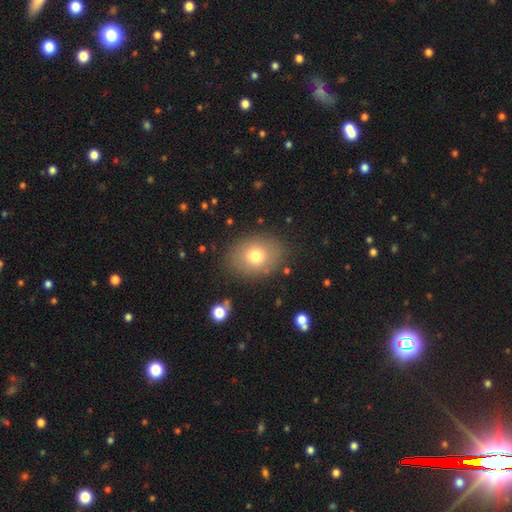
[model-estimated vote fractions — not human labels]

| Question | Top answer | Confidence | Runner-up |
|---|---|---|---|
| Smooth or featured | smooth | 75% | featured or disk (14%) |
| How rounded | in between | 58% | round (41%) |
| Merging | none | 84% | minor disturbance (10%) |